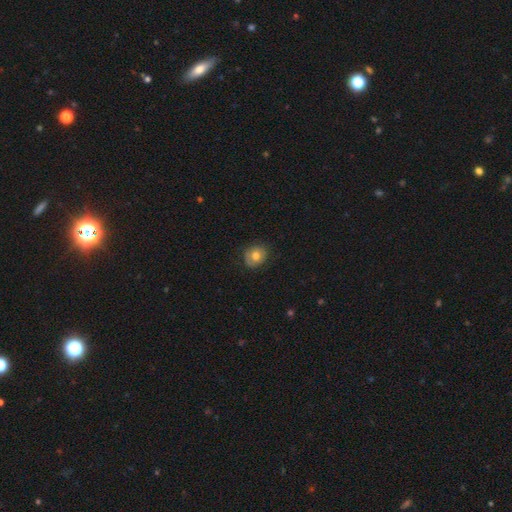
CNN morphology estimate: This is likely a smooth galaxy (70%). How rounded: likely round (75%). Merging: likely none (79%).